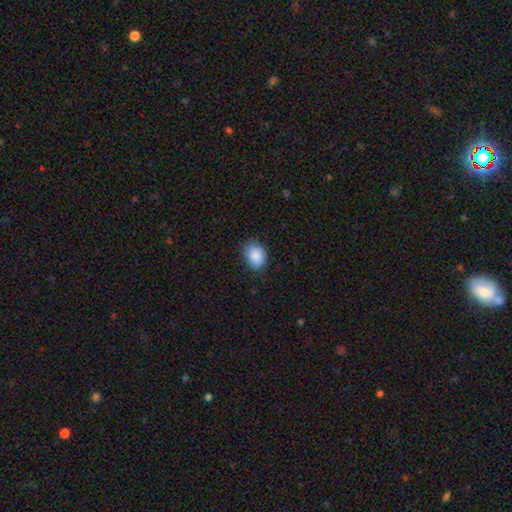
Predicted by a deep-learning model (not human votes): Smooth or featured? smooth (88%)
How rounded? in between (67%)
Merging? none (75%)